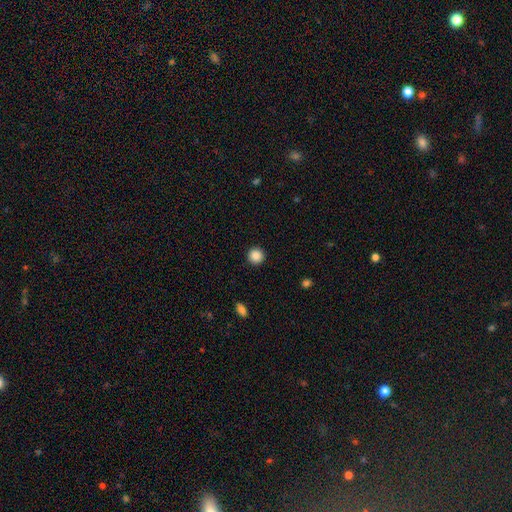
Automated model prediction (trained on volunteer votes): Morphology: type=smooth (87%); roundness=round (95%); merging=none (93%).